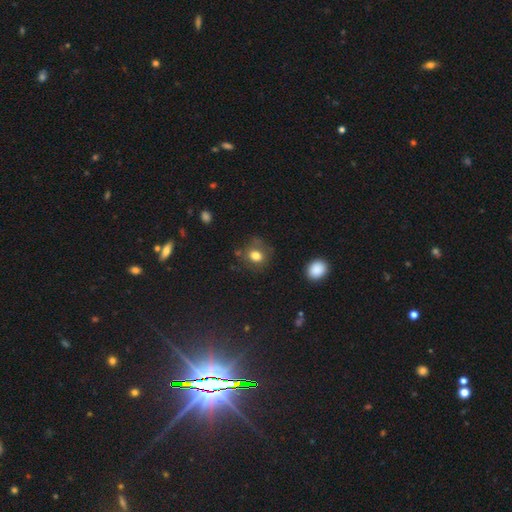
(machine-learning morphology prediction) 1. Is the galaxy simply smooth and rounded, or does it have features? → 77% smooth, 12% star or artifact, 11% featured or disk.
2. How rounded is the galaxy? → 67% round, 32% in between, 1% cigar-shaped.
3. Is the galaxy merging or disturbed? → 68% none, 20% minor disturbance, 9% major disturbance, 3% merger.